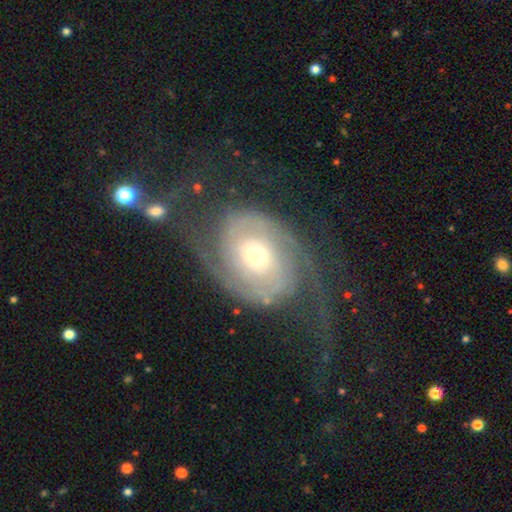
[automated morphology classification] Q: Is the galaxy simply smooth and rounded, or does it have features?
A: featured or disk — 89%.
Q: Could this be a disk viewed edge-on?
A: no — 97%.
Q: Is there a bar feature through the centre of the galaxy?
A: no — 70%.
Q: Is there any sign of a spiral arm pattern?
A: yes — 97%.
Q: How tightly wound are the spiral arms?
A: tight — 45%.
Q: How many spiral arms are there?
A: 2 — 85%.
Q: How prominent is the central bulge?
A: moderate — 60%.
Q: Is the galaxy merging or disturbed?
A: none — 64%.